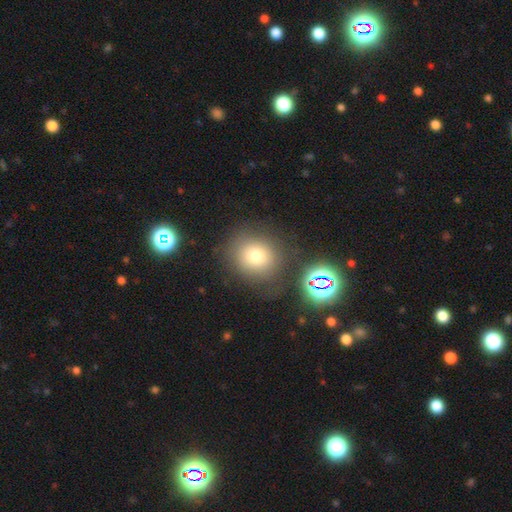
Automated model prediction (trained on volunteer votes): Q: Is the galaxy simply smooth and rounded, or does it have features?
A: smooth — 73%.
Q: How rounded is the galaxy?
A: round — 83%.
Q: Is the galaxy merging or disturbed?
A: none — 76%.